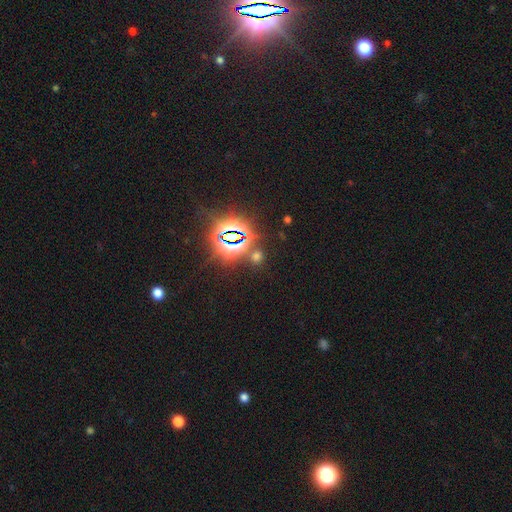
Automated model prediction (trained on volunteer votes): Smooth or featured? star or artifact (56%)